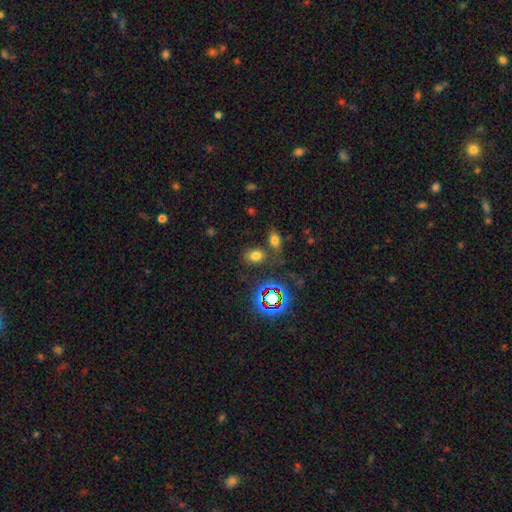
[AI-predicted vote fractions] Smooth or featured?
  - smooth: 69% *
  - star or artifact: 22%
  - featured or disk: 8%
How rounded?
  - in between: 71% *
  - round: 27%
  - cigar-shaped: 2%
Merging?
  - none: 72% *
  - merger: 12%
  - minor disturbance: 11%
  - major disturbance: 4%